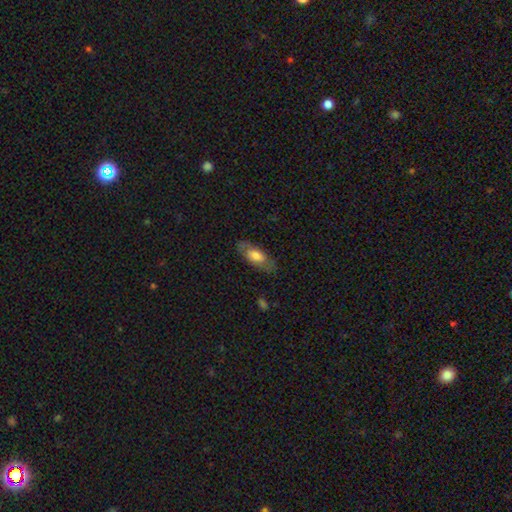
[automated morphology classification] Q: Smooth or featured?
A: smooth (61%); runner-up: featured or disk (33%)
Q: How rounded?
A: in between (83%); runner-up: cigar-shaped (14%)
Q: Merging?
A: none (77%); runner-up: minor disturbance (16%)